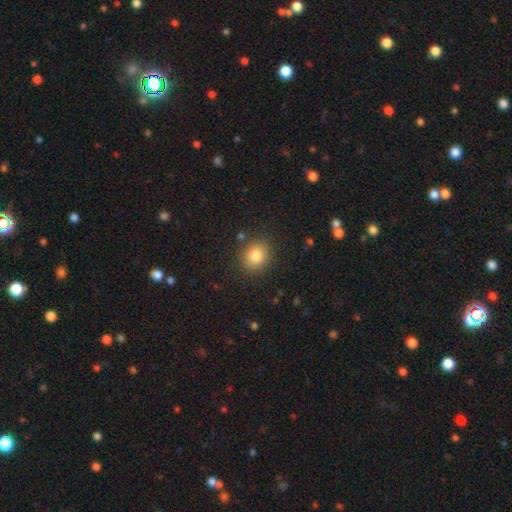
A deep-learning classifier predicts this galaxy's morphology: type=smooth (82%); roundness=round (78%); merging=none (87%).